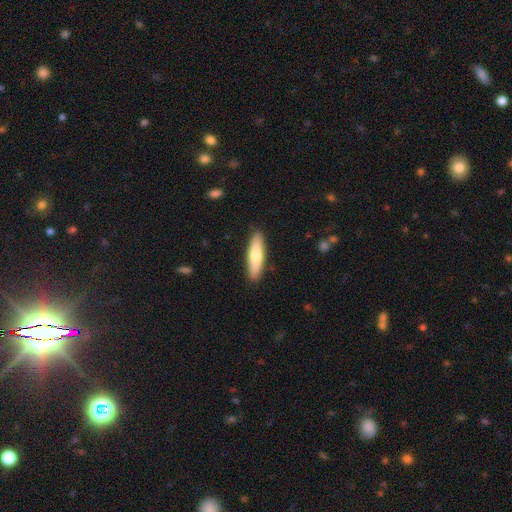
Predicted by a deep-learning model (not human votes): Smooth or featured?
  - smooth: 71% *
  - featured or disk: 24%
  - star or artifact: 5%
How rounded?
  - cigar-shaped: 71% *
  - in between: 27%
  - round: 2%
Merging?
  - none: 89% *
  - minor disturbance: 9%
  - major disturbance: 2%
  - merger: 1%